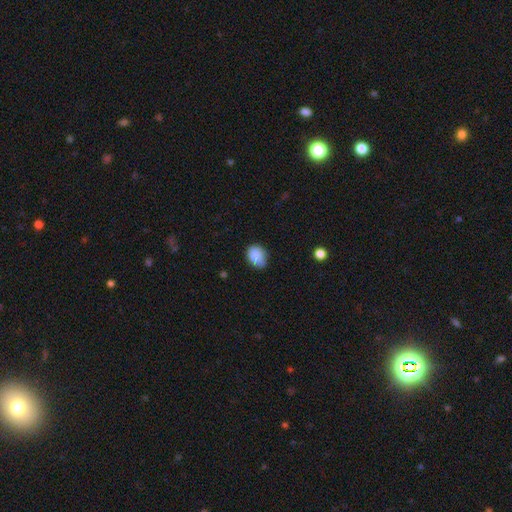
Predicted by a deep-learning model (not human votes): The model was most divided on "how rounded": in between: 65%, round: 34%, cigar-shaped: 1%. More confident: smooth or featured — smooth (88%); merging — none (68%).